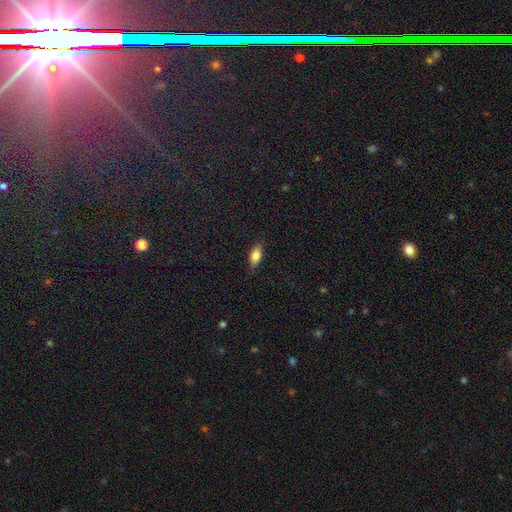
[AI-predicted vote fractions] A smooth galaxy with no disk features (81%) that is in between round and cigar-shaped (86%). Merging: none (80%).